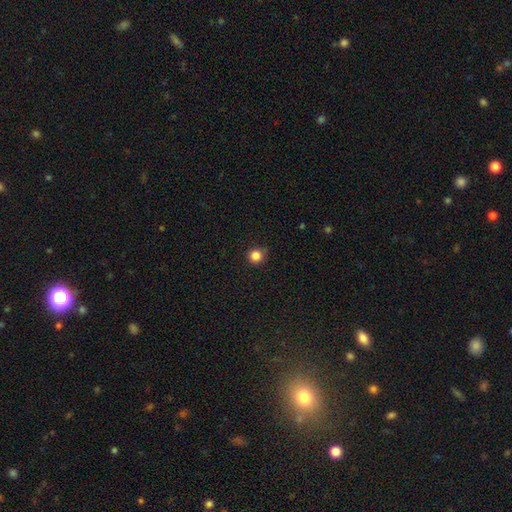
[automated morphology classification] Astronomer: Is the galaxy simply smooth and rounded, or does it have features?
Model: smooth — 84%.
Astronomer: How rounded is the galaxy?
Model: round — 95%.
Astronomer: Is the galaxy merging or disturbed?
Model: none — 86%.